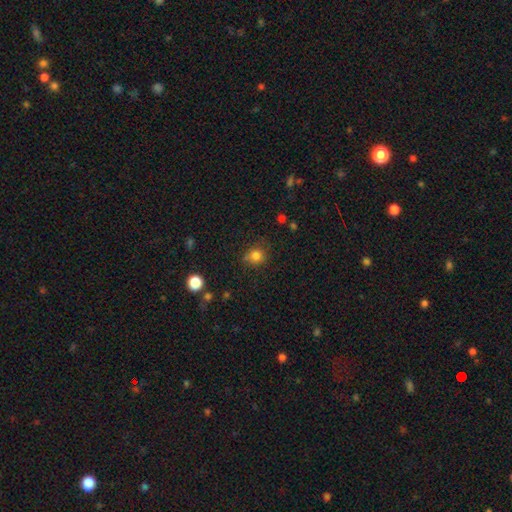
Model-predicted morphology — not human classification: A smooth galaxy with no disk features (81%) that is round (81%). Merging: none (69%).